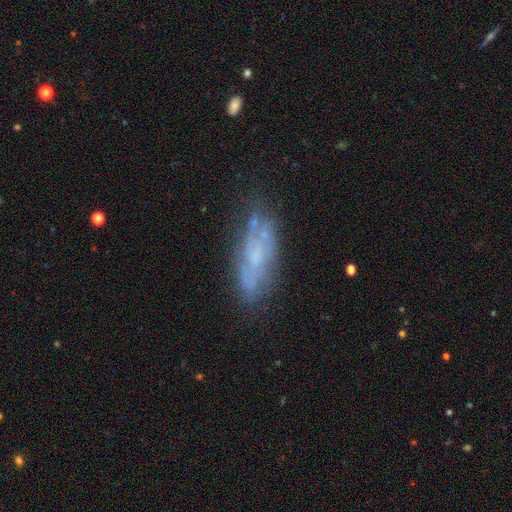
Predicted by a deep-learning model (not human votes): smooth-or-featured: featured or disk: 57% | smooth: 34% | star or artifact: 10%
  disk-edge-on: no: 78% | yes: 22%
  merging: none: 65% | minor disturbance: 22% | major disturbance: 9% | merger: 4%